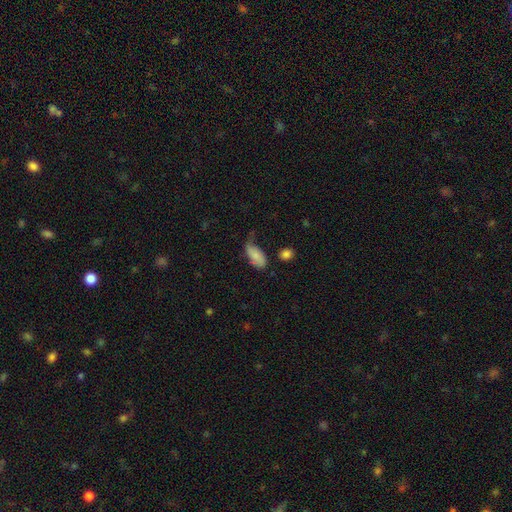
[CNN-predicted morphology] This appears to be a smooth galaxy with no disk features (74%) that is in between round and cigar-shaped (90%). Merging: none (40%).